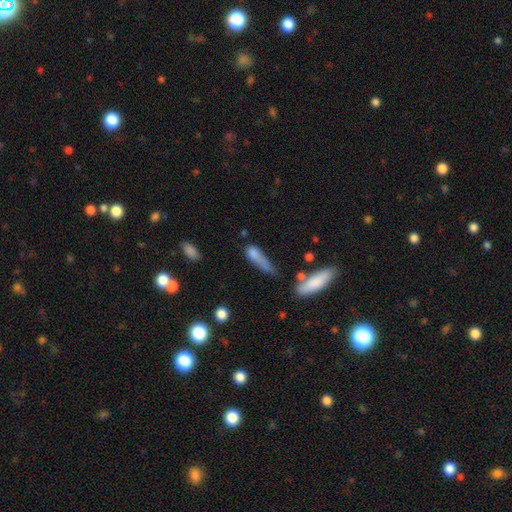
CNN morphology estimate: Smooth or featured: smooth — 72% (featured or disk — 18%)
How rounded: cigar-shaped — 56% (in between — 40%)
Merging: major disturbance — 31% (minor disturbance — 29%)